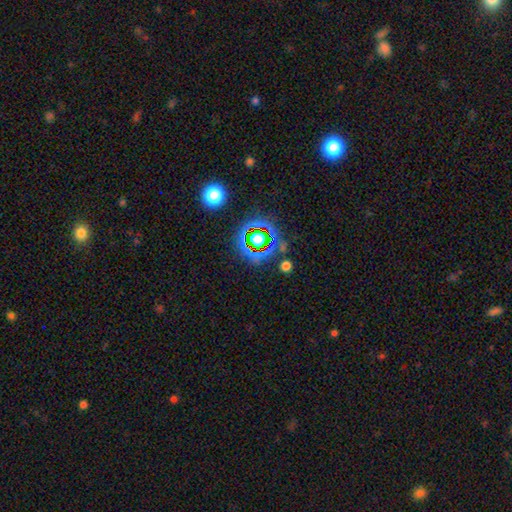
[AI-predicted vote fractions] Smooth or featured? star or artifact (68%)